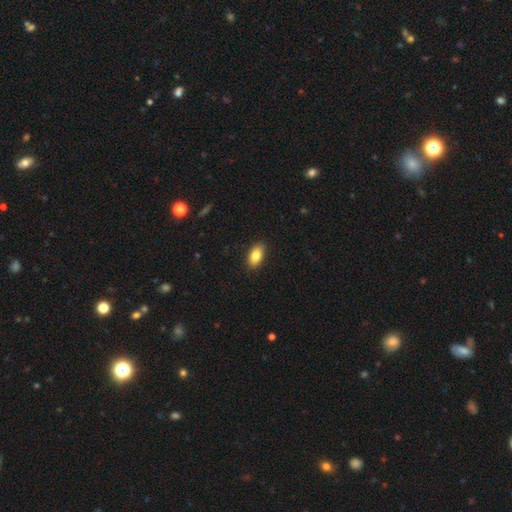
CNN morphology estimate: smooth_or_featured: smooth (p=0.83) [alt: featured or disk p=0.10]
how_rounded: in between (p=0.90) [alt: round p=0.07]
merging: none (p=0.88) [alt: minor disturbance p=0.09]